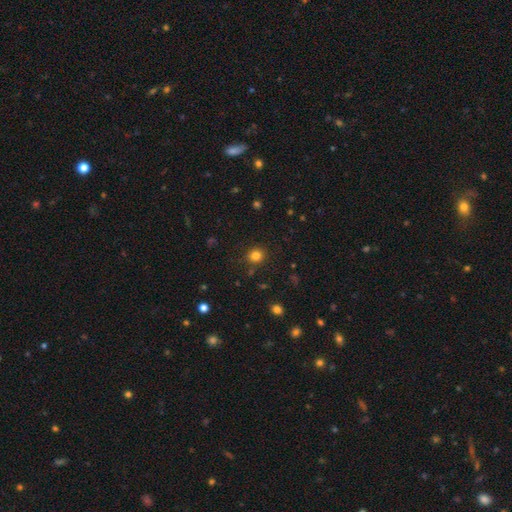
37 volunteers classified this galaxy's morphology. smooth-or-featured: smooth: 92% | star or artifact: 5% | featured or disk: 3%
  how-rounded: round: 79% | in between: 21% | cigar-shaped: 0%
  merging: none: 86% | minor disturbance: 9% | major disturbance: 3% | merger: 3%